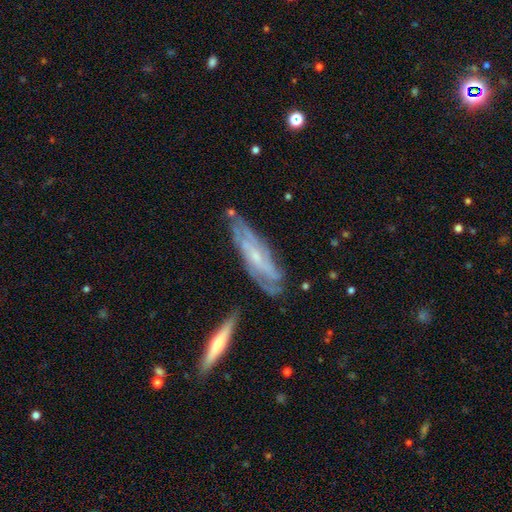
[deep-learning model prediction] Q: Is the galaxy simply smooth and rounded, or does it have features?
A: featured or disk — 75%.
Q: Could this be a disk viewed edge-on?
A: no — 73%.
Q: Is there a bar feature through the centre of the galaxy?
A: no — 56%.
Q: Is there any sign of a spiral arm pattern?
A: yes — 87%.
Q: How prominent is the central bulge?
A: small — 72%.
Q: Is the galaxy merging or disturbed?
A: none — 69%.